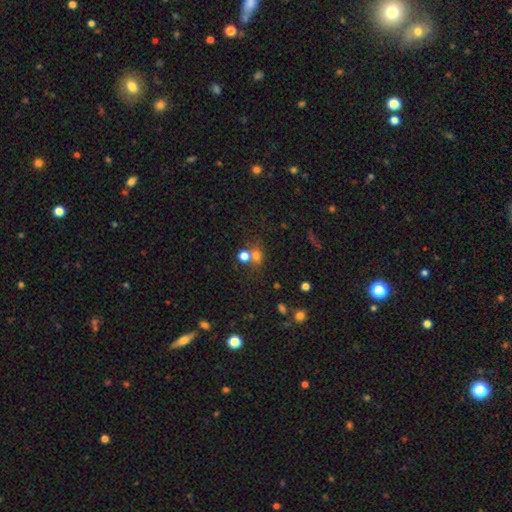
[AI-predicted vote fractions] Overall: smooth (69%). How rounded: round (75%). Merging: none (46%; merger 40%).